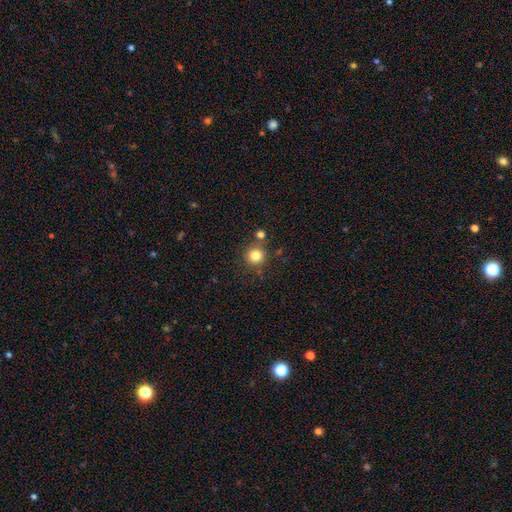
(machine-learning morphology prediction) The model was most divided on "merging": none: 77%, merger: 11%, minor disturbance: 9%, major disturbance: 3%. More confident: how rounded — round (93%); smooth or featured — smooth (81%).